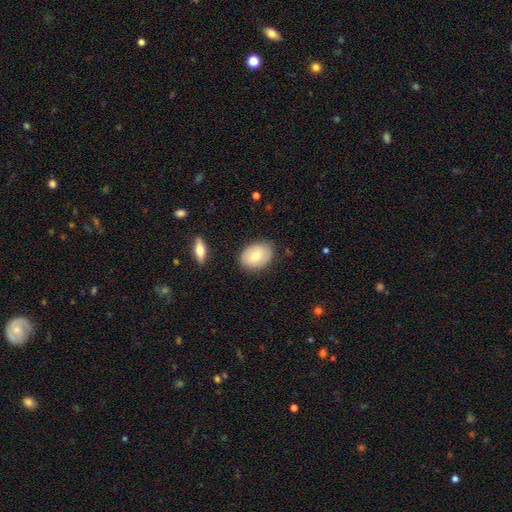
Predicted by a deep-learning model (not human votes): Overall: smooth (70%). How rounded: in between (79%). Merging: none (81%).